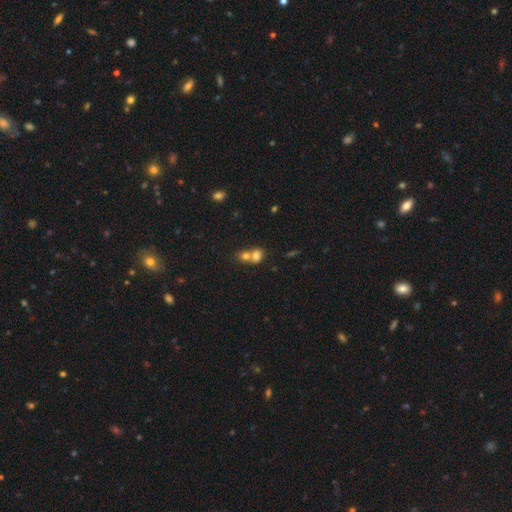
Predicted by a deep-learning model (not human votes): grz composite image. It shows a smooth galaxy with no disk features (77%) that is round (50%). Merging: merger (65%).